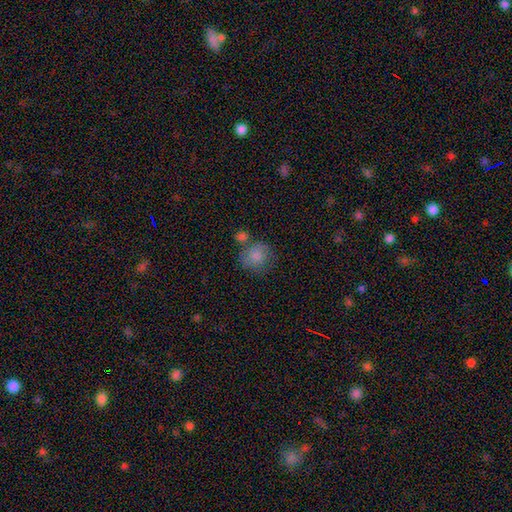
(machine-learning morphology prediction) A smooth galaxy with no disk features (81%) that is round (81%).

Vote fractions:
- Smooth or featured? smooth: 81% / featured or disk: 11% / star or artifact: 8%
- How rounded? round: 81% / in between: 18% / cigar-shaped: 1%
- Merging? none: 51% / merger: 21% / minor disturbance: 19% / major disturbance: 9%